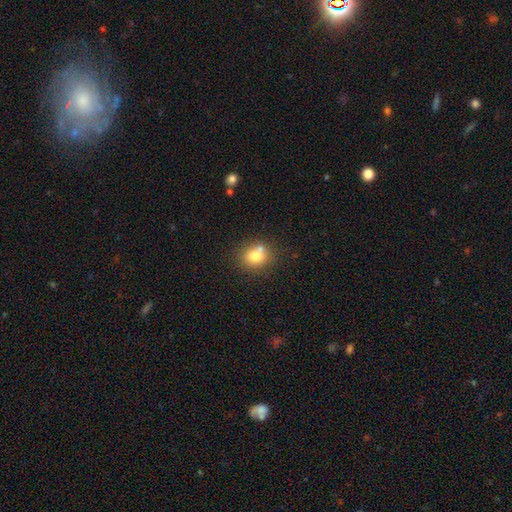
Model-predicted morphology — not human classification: smooth-or-featured: smooth: 76% | featured or disk: 13% | star or artifact: 11%
  how-rounded: round: 73% | in between: 26% | cigar-shaped: 1%
  merging: none: 60% | merger: 25% | minor disturbance: 12% | major disturbance: 3%